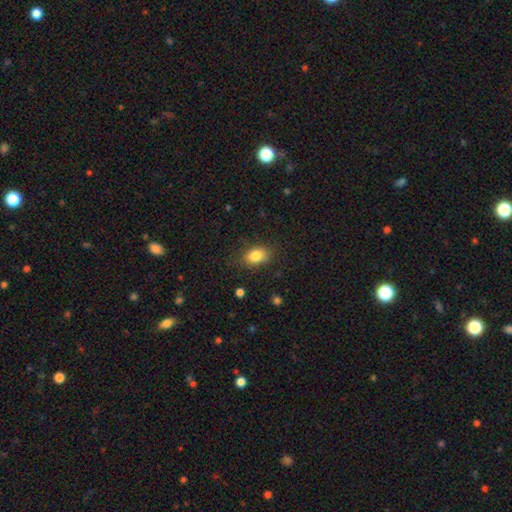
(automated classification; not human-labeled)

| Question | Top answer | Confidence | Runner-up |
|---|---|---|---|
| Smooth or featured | smooth | 83% | star or artifact (9%) |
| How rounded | in between | 79% | round (20%) |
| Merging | none | 81% | minor disturbance (14%) |